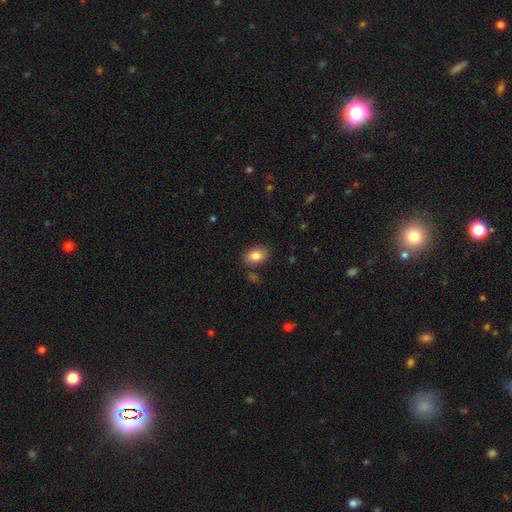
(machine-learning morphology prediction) smooth_or_featured: smooth (p=0.83) [alt: featured or disk p=0.09]
how_rounded: in between (p=0.87) [alt: round p=0.11]
merging: none (p=0.82) [alt: minor disturbance p=0.11]